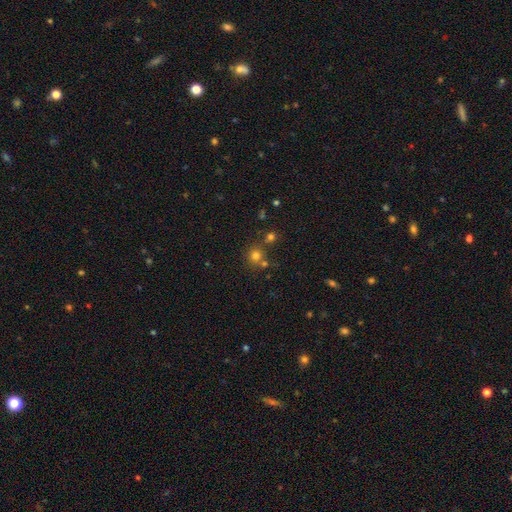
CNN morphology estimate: Q: Smooth or featured?
A: smooth (73%); runner-up: star or artifact (19%)
Q: How rounded?
A: round (90%); runner-up: in between (9%)
Q: Merging?
A: none (67%); runner-up: merger (22%)